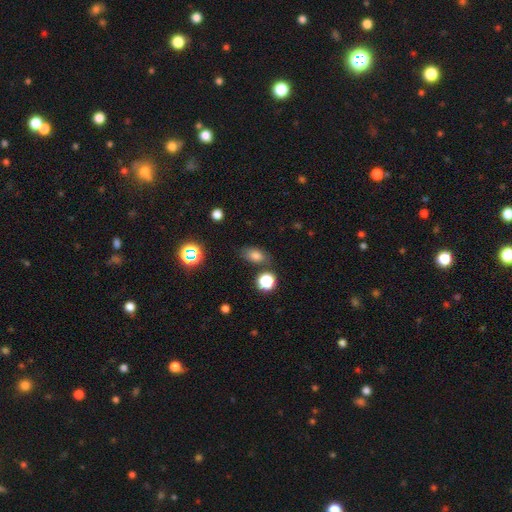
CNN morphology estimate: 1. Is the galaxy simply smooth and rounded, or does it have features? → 74% smooth, 16% star or artifact, 9% featured or disk.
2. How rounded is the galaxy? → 79% in between, 18% round, 3% cigar-shaped.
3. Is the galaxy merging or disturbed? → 75% none, 15% minor disturbance, 5% merger, 5% major disturbance.